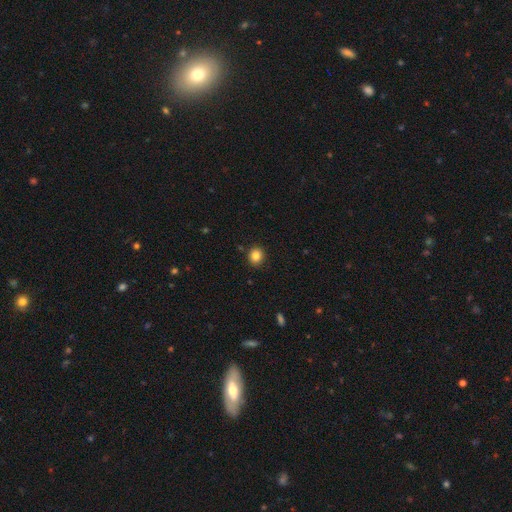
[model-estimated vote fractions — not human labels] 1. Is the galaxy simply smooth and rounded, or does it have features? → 85% smooth, 11% star or artifact, 5% featured or disk.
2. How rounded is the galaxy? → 81% round, 18% in between, 1% cigar-shaped.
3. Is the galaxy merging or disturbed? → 90% none, 7% minor disturbance, 2% major disturbance, 1% merger.